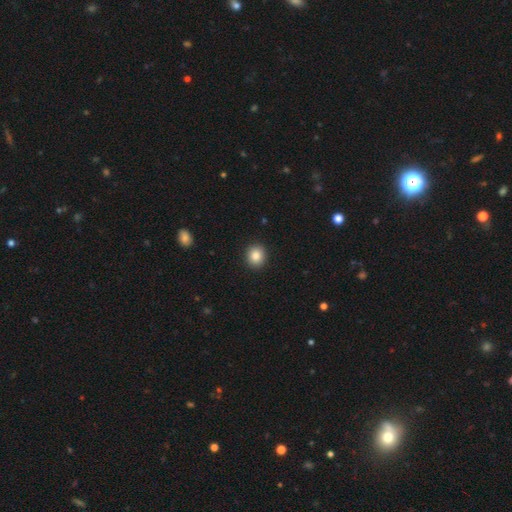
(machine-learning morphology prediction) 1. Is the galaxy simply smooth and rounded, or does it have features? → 86% smooth, 9% star or artifact, 5% featured or disk.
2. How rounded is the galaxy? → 78% round, 21% in between, 1% cigar-shaped.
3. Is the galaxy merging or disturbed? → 92% none, 5% minor disturbance, 2% major disturbance, 1% merger.